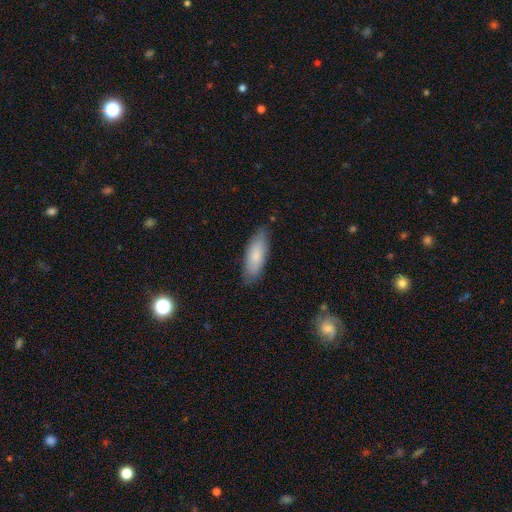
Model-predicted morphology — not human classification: type=smooth (78%); roundness=in between (66%); merging=none (80%).